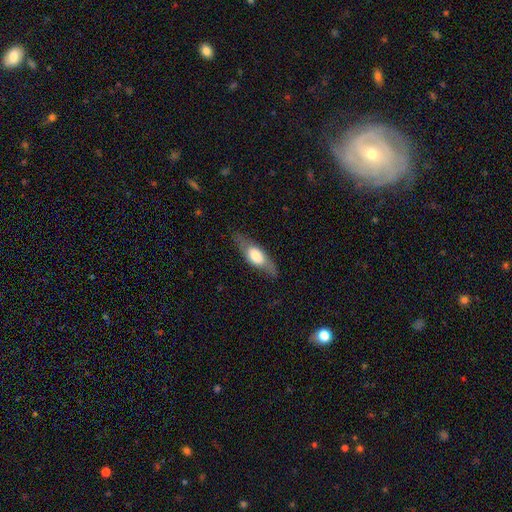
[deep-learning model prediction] Smooth or featured? featured or disk (48%)
Merging? none (77%)